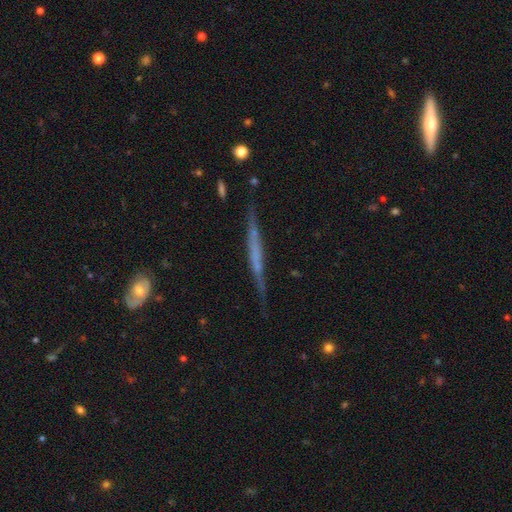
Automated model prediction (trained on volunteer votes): Overall: featured or disk (62%; smooth 30%). Edge-on disk: yes (94%). Edge-on bulge: none (75%). Merging: none (77%).